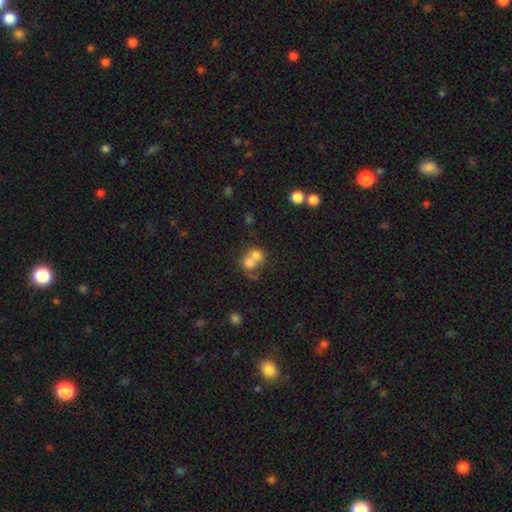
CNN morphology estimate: This is likely a smooth galaxy (68%). How rounded: likely round (69%). Merging: likely merger (69%).